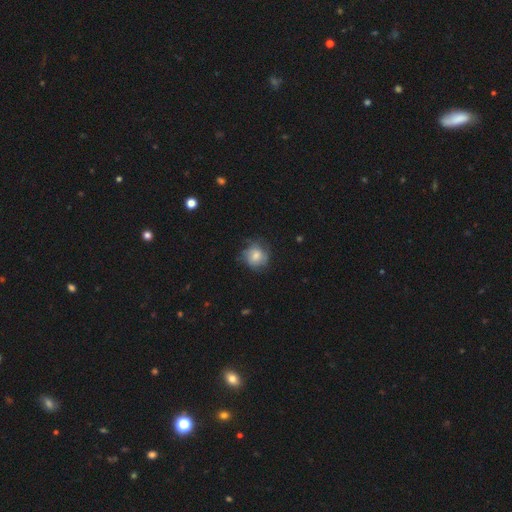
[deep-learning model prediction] Smooth or featured? smooth (65%)
How rounded? round (82%)
Merging? none (63%)